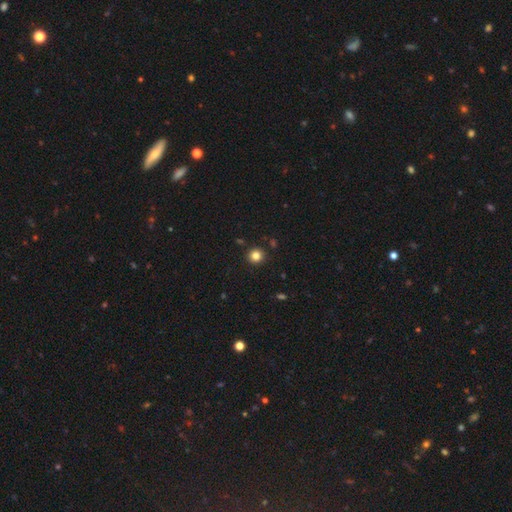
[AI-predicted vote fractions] Overall: smooth (83%). How rounded: round (94%). Merging: none (91%).